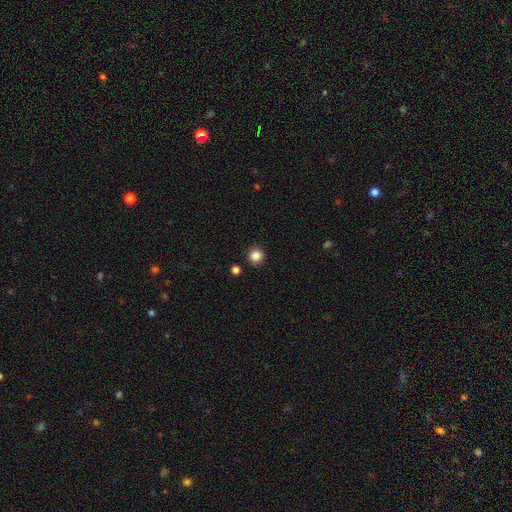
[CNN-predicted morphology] Q: Smooth or featured?
A: smooth (85%); runner-up: star or artifact (11%)
Q: How rounded?
A: round (93%); runner-up: in between (6%)
Q: Merging?
A: none (91%); runner-up: minor disturbance (6%)